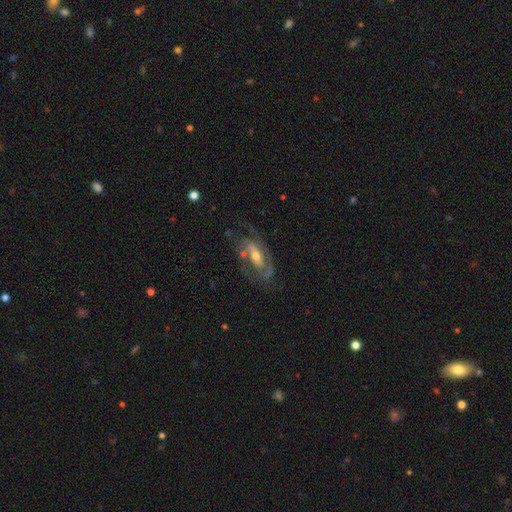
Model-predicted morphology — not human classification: Smooth or featured? Predicted: featured or disk (p=0.82). Edge-on disk? Predicted: no (p=0.92). Bar? Predicted: no (p=0.37). Spiral arms? Predicted: yes (p=0.87). Spiral winding? Predicted: medium (p=0.46). Spiral arm count? Predicted: 2 (p=0.72). Bulge size? Predicted: moderate (p=0.54). Merging? Predicted: none (p=0.62).